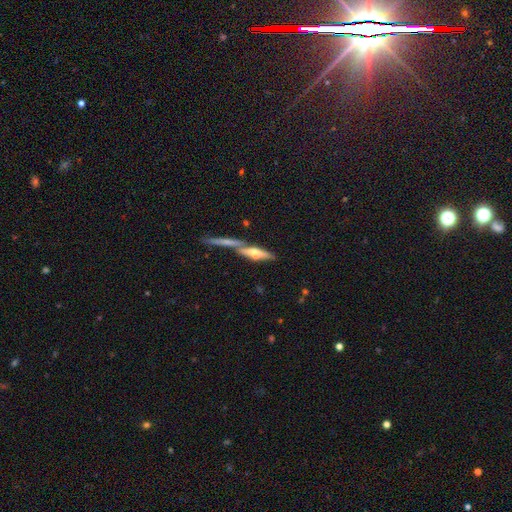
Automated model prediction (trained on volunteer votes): Smooth or featured?
  - featured or disk: 54% *
  - smooth: 38%
  - star or artifact: 8%
Edge-on disk?
  - yes: 87% *
  - no: 13%
Merging?
  - none: 50% *
  - merger: 33%
  - minor disturbance: 12%
  - major disturbance: 5%